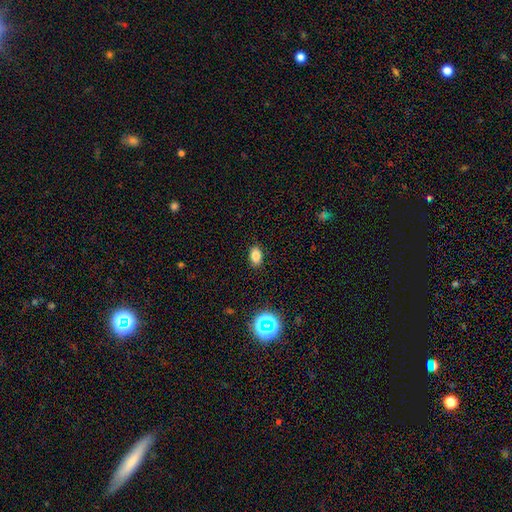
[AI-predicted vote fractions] Smooth or featured? smooth (81%)
How rounded? in between (86%)
Merging? none (88%)